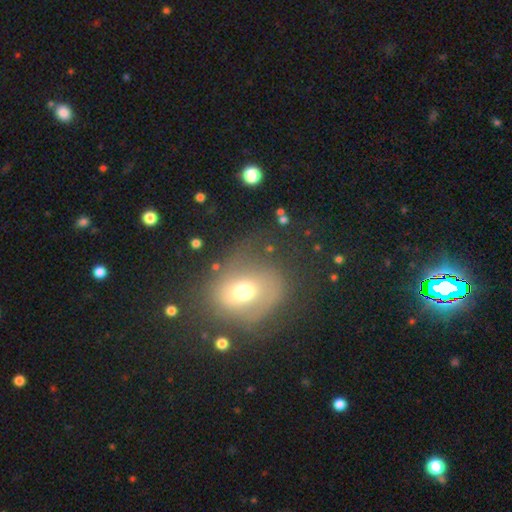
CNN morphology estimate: featured or disk 44%, smooth 36%, star or artifact 20%. Down the decision tree: merging — none (69%).